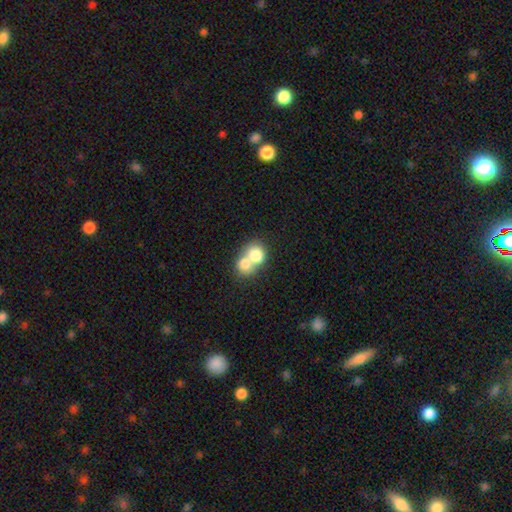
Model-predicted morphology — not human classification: Smooth or featured?
  - smooth: 74% *
  - featured or disk: 17%
  - star or artifact: 9%
How rounded?
  - round: 69% *
  - in between: 30%
  - cigar-shaped: 1%
Merging?
  - merger: 72% *
  - none: 20%
  - minor disturbance: 5%
  - major disturbance: 3%